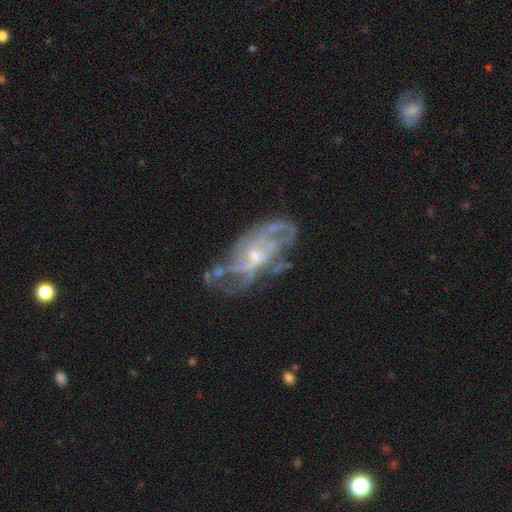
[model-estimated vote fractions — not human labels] Smooth or featured?
  - featured or disk: 84% *
  - smooth: 8%
  - star or artifact: 7%
Edge-on disk?
  - no: 94% *
  - yes: 6%
Bar?
  - no: 59% *
  - weak: 34%
  - strong: 7%
Spiral arms?
  - yes: 86% *
  - no: 14%
Spiral winding?
  - medium: 44% *
  - tight: 32%
  - loose: 25%
Spiral arm count?
  - can't tell: 38% *
  - 2: 22%
  - 3: 18%
  - 4: 11%
  - more than 4: 5%
  - 1: 5%
Bulge size?
  - small: 50% *
  - moderate: 43%
  - none: 4%
  - large: 2%
  - dominant: 1%
Merging?
  - none: 56% *
  - minor disturbance: 22%
  - major disturbance: 18%
  - merger: 4%